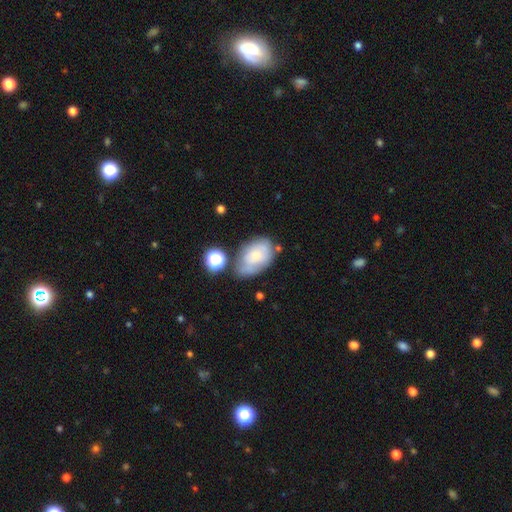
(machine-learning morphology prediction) smooth-or-featured: smooth: 59% | featured or disk: 31% | star or artifact: 10%
  how-rounded: in between: 84% | round: 15% | cigar-shaped: 1%
  merging: none: 47% | minor disturbance: 28% | merger: 14% | major disturbance: 11%